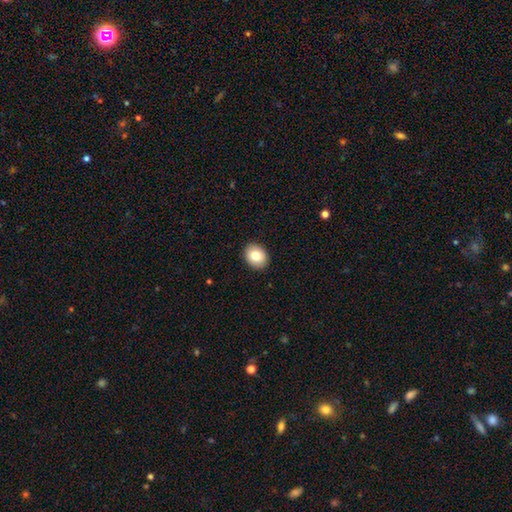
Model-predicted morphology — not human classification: The model was most divided on "how rounded": round: 51%, in between: 48%, cigar-shaped: 1%. More confident: merging — none (91%); smooth or featured — smooth (82%).